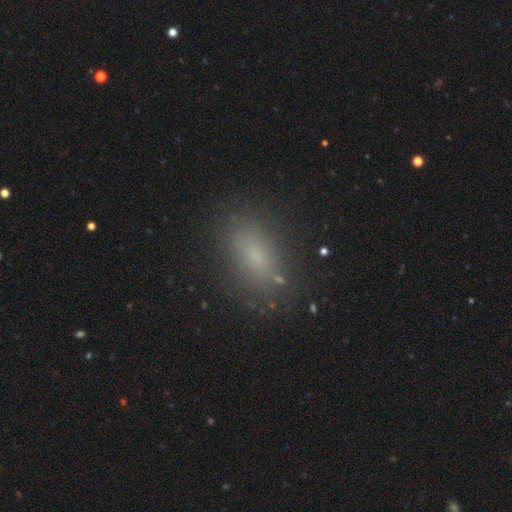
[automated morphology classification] Smooth or featured? Predicted: smooth (p=0.73). How rounded? Predicted: in between (p=0.83). Merging? Predicted: none (p=0.81).